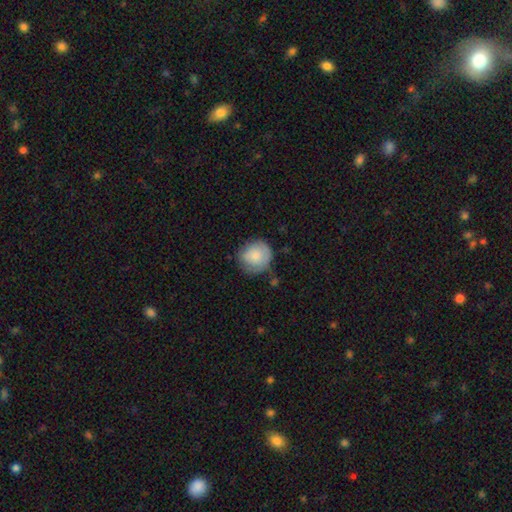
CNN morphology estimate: Q: Smooth or featured?
A: smooth (78%); runner-up: featured or disk (15%)
Q: How rounded?
A: round (89%); runner-up: in between (10%)
Q: Merging?
A: none (64%); runner-up: minor disturbance (26%)